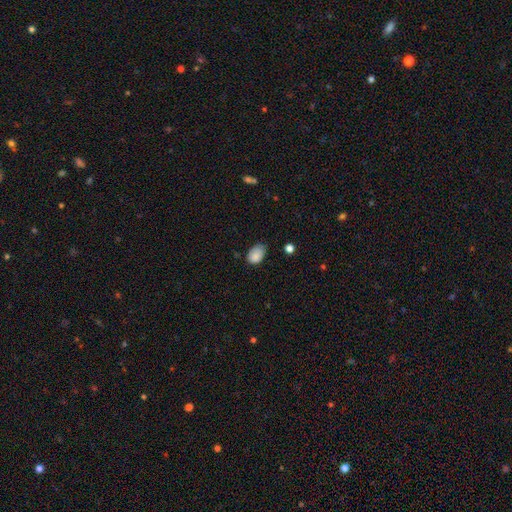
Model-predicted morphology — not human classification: This is clearly a smooth galaxy (86%). How rounded: clearly in between (84%). Merging: possibly none (52%).